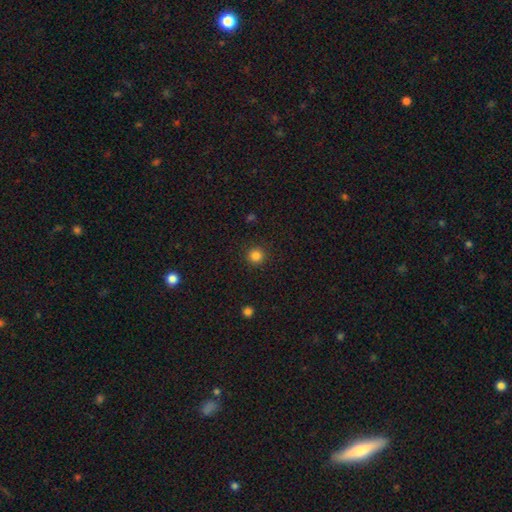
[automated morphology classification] This is clearly a smooth galaxy (83%). How rounded: clearly round (95%). Merging: clearly none (91%).